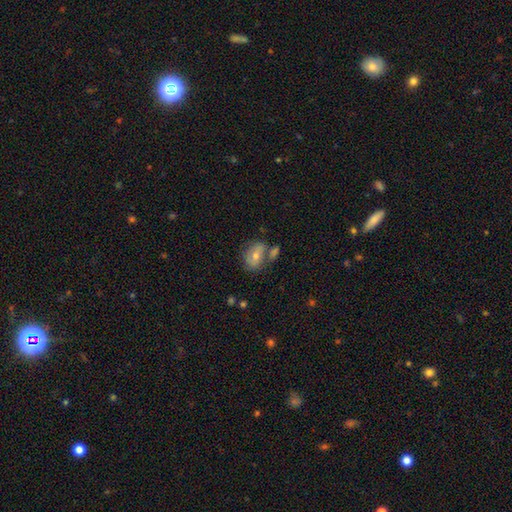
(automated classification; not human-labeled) smooth-or-featured: smooth: 54% | featured or disk: 34% | star or artifact: 12%
  how-rounded: in between: 70% | round: 28% | cigar-shaped: 2%
  merging: none: 57% | merger: 22% | minor disturbance: 15% | major disturbance: 5%